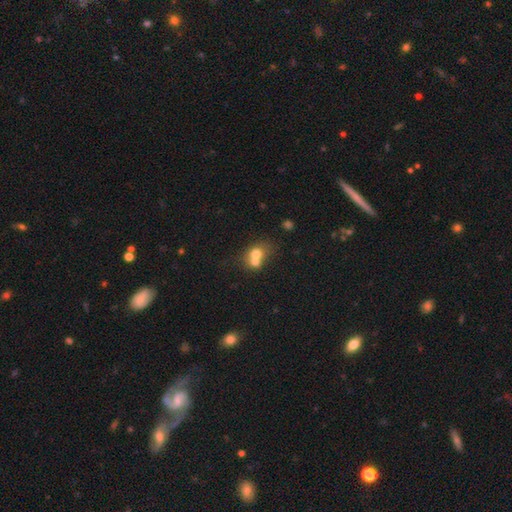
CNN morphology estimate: Smooth or featured? smooth (67%)
How rounded? round (64%)
Merging? merger (64%)